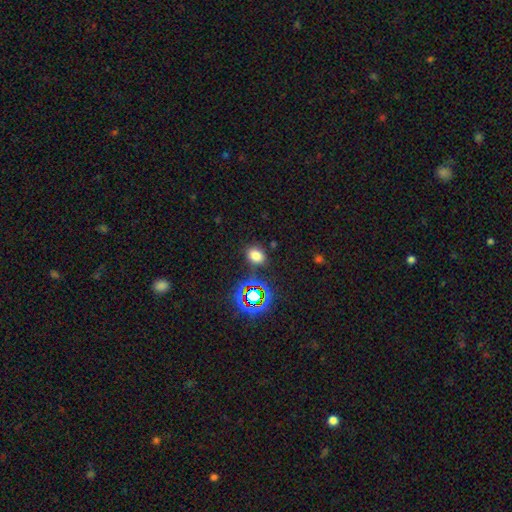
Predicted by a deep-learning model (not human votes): smooth-or-featured: smooth: 71% | star or artifact: 22% | featured or disk: 7%
  how-rounded: in between: 66% | round: 33% | cigar-shaped: 1%
  merging: none: 81% | minor disturbance: 11% | merger: 4% | major disturbance: 4%